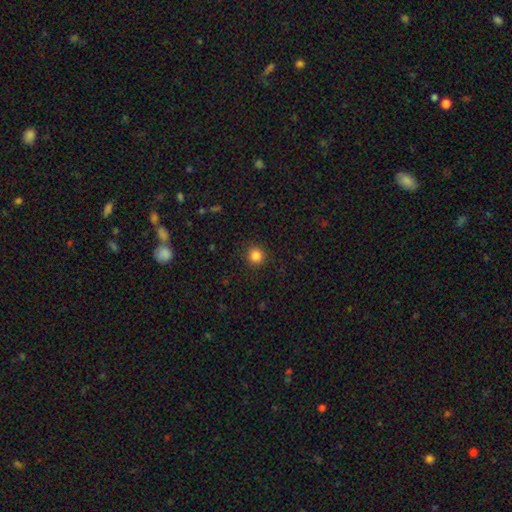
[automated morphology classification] Overall: smooth (85%). How rounded: round (92%). Merging: none (90%).